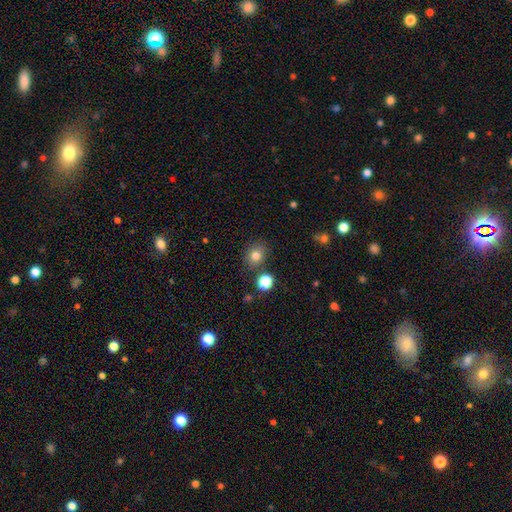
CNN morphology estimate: A smooth galaxy with no disk features (78%) that is round (61%).

Vote fractions:
- Smooth or featured? smooth: 78% / star or artifact: 13% / featured or disk: 9%
- How rounded? round: 61% / in between: 38% / cigar-shaped: 1%
- Merging? none: 81% / minor disturbance: 11% / merger: 5% / major disturbance: 3%